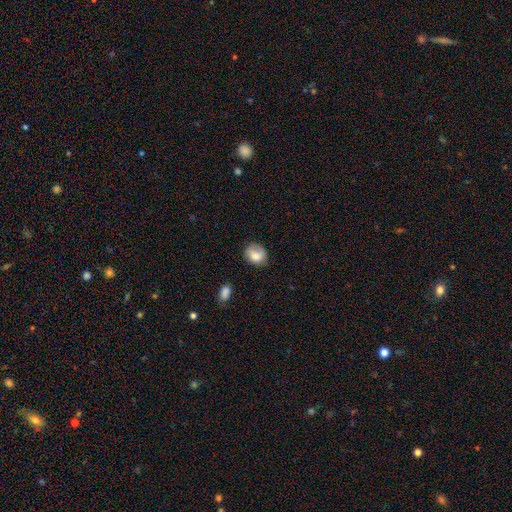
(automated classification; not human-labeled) Smooth or featured? Predicted: smooth (p=0.79). How rounded? Predicted: round (p=0.55). Merging? Predicted: none (p=0.60).